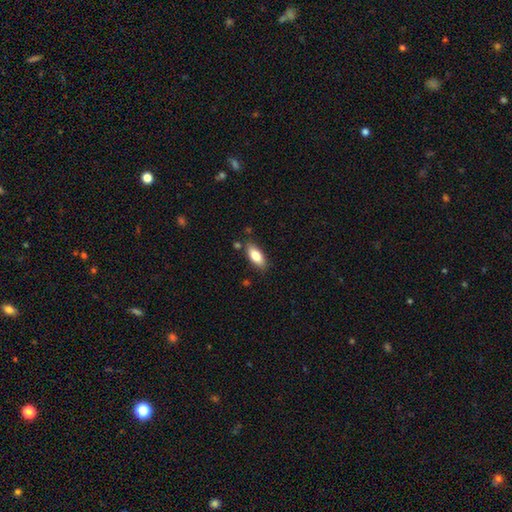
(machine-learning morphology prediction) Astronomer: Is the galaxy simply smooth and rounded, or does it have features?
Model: smooth — 81%.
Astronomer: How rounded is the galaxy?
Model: in between — 83%.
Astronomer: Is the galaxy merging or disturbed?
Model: none — 81%.